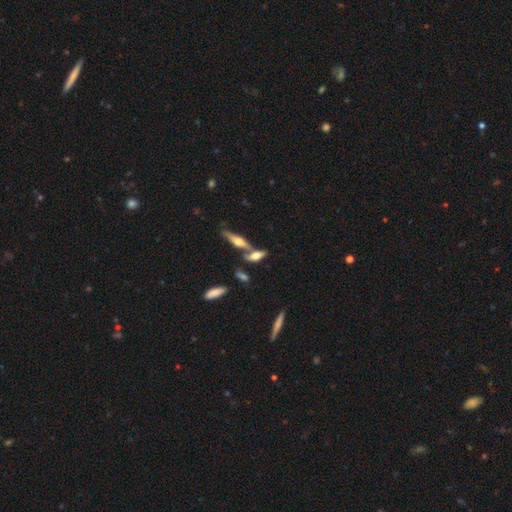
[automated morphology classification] This appears to be a featured or disk galaxy (52%) viewed edge-on (89%). Merging: none (55%).